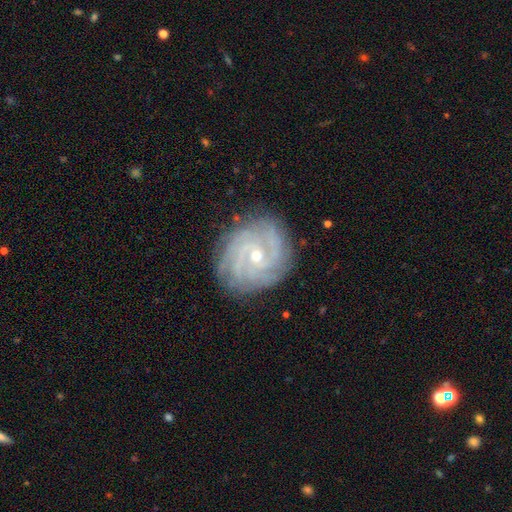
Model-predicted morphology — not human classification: featured or disk 87%, smooth 7%, star or artifact 6%. Down the decision tree: edge-on disk — no (97%); bar — no (56%); spiral arms — yes (97%); spiral arm count — can't tell (28%); spiral winding — tight (75%); bulge size — small (55%); merging — none (82%).